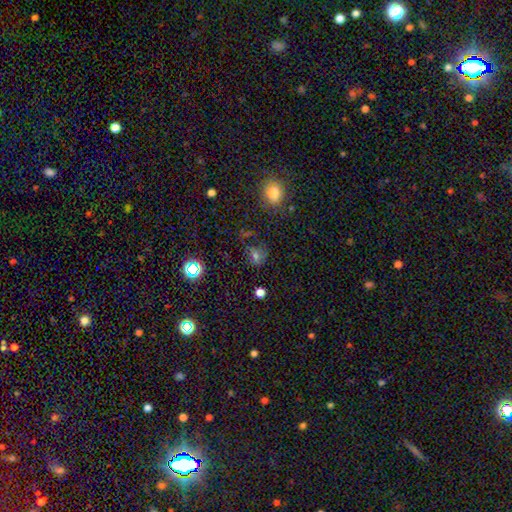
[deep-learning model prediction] A smooth galaxy with no disk features (53%) that is round (66%). Merging: none (67%).